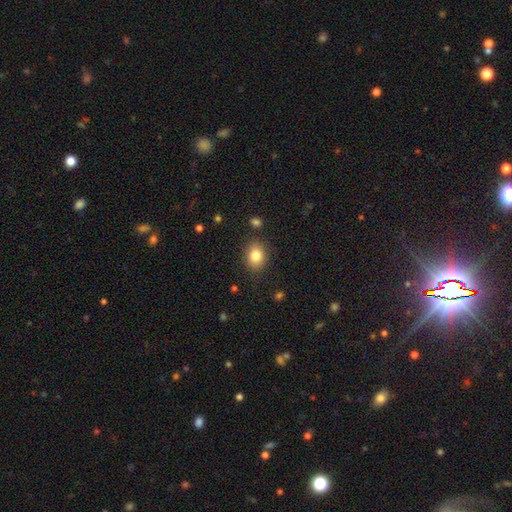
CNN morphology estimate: type=smooth (83%); roundness=in between (52%); merging=none (85%).